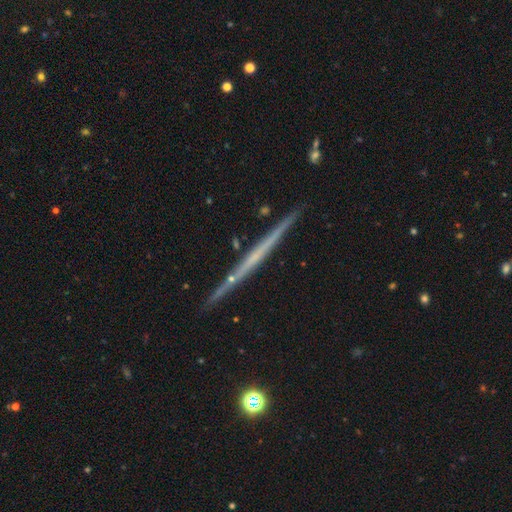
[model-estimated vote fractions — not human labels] Smooth or featured: featured or disk — 67% (smooth — 27%)
Edge-on disk: yes — 98% (no — 2%)
Edge-on bulge: none — 89% (rounded — 7%)
Merging: none — 89% (minor disturbance — 7%)